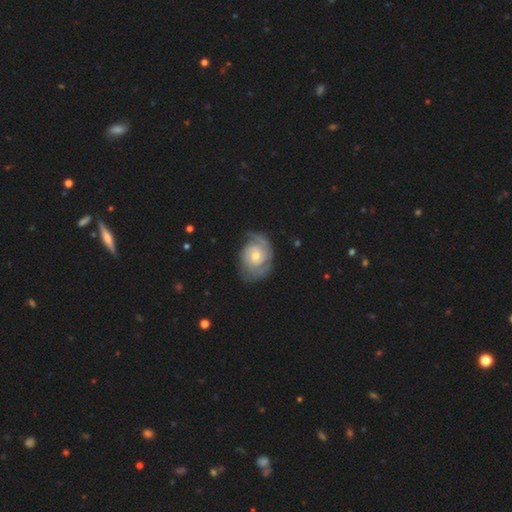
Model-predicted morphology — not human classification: smooth-or-featured: featured or disk: 83% | smooth: 11% | star or artifact: 5%
  disk-edge-on: no: 97% | yes: 3%
    bar: no: 70% | weak: 25% | strong: 4%
    has-spiral-arms: yes: 95% | no: 5%
      spiral-winding: tight: 63% | medium: 29% | loose: 8%
      spiral-arm-count: 2: 54% | can't tell: 20% | 3: 13% | 1: 7% | 4: 3% | more than 4: 3%
    bulge-size: moderate: 53% | small: 42% | large: 3% | none: 1% | dominant: 1%
  merging: none: 70% | minor disturbance: 20% | major disturbance: 8% | merger: 1%